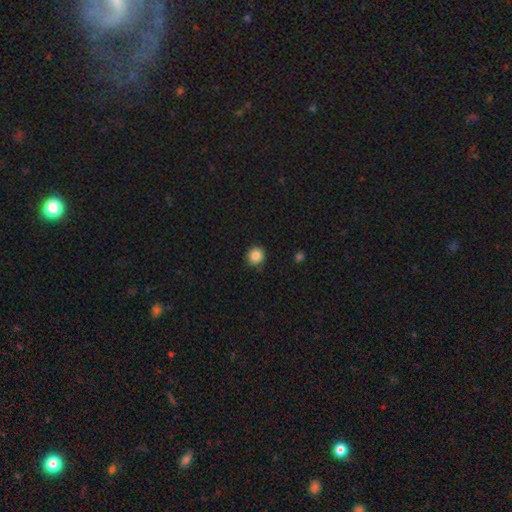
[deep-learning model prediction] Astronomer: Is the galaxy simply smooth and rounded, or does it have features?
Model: smooth — 86%.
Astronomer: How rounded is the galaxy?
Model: round — 91%.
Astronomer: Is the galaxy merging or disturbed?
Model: none — 87%.